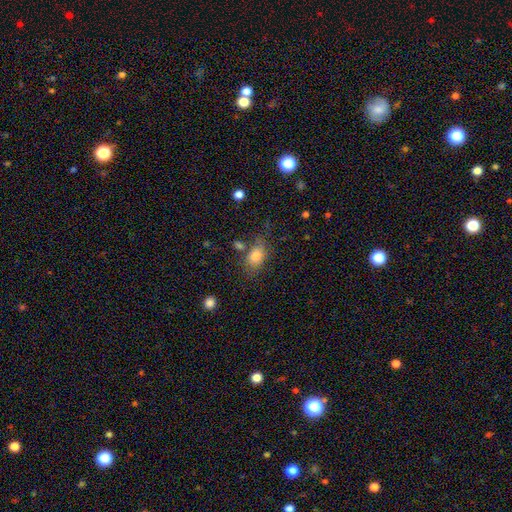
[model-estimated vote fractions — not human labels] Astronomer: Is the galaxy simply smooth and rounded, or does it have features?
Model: smooth — 81%.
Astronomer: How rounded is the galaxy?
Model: in between — 82%.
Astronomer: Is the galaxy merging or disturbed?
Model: none — 65%.